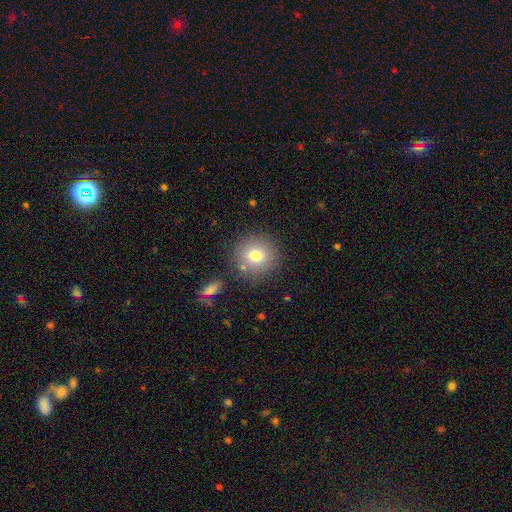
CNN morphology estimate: The model was most divided on "smooth or featured": smooth: 75%, featured or disk: 13%, star or artifact: 11%. More confident: how rounded — round (91%); merging — none (81%).